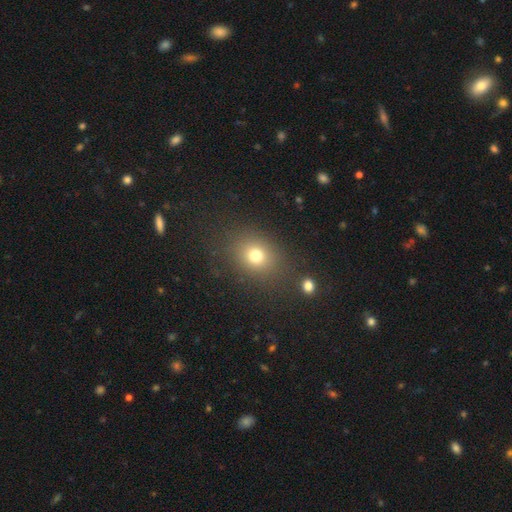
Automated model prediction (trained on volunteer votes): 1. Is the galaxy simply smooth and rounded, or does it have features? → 75% smooth, 16% star or artifact, 10% featured or disk.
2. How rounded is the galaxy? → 55% round, 44% in between, 1% cigar-shaped.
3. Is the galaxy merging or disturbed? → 79% none, 11% minor disturbance, 6% major disturbance, 4% merger.